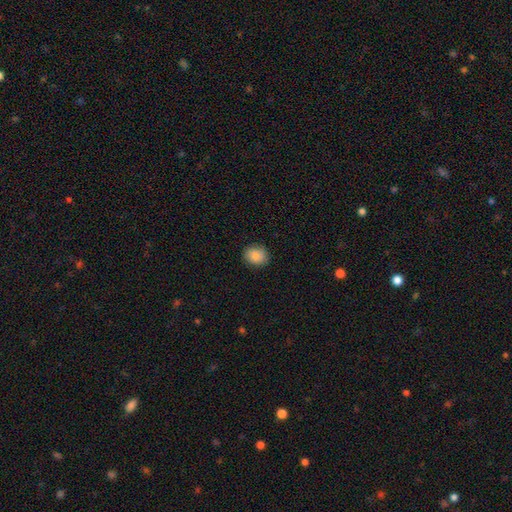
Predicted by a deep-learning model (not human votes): smooth 88%, star or artifact 8%, featured or disk 4%. Down the decision tree: how rounded — round (60%); merging — none (86%).